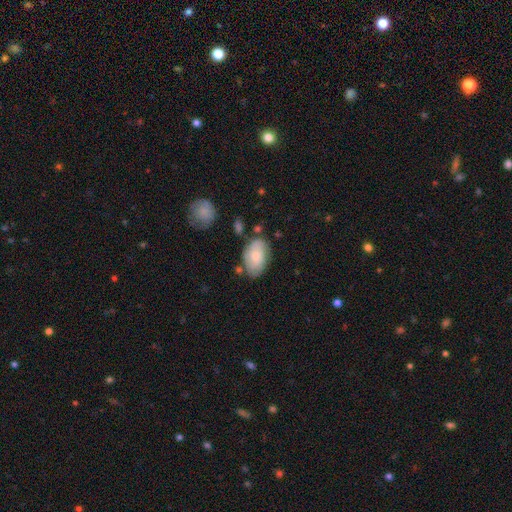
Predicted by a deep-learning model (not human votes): Morphology: type=smooth (60%); roundness=in between (90%); merging=none (67%).